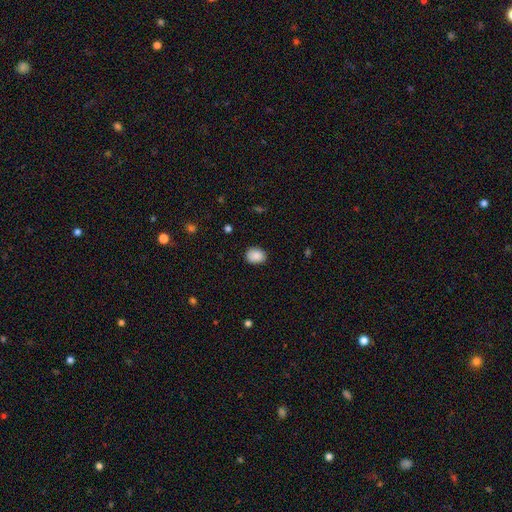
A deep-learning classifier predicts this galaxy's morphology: smooth-or-featured: smooth: 89% | star or artifact: 8% | featured or disk: 3%
  how-rounded: in between: 56% | round: 43% | cigar-shaped: 1%
  merging: none: 85% | minor disturbance: 12% | major disturbance: 2% | merger: 1%